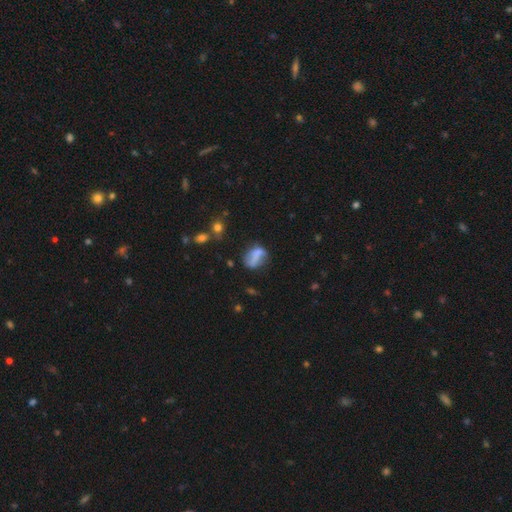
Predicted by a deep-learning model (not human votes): Smooth or featured?
  - smooth: 56% *
  - featured or disk: 32%
  - star or artifact: 12%
How rounded?
  - in between: 69% *
  - round: 24%
  - cigar-shaped: 6%
Merging?
  - none: 42% *
  - minor disturbance: 27%
  - major disturbance: 19%
  - merger: 11%